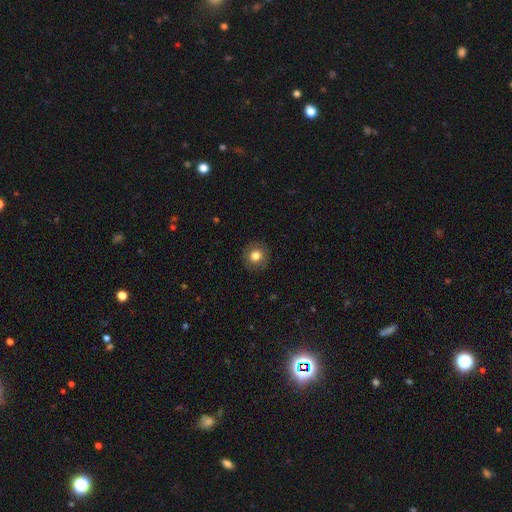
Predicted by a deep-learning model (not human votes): Smooth or featured? smooth (80%)
How rounded? round (92%)
Merging? none (90%)